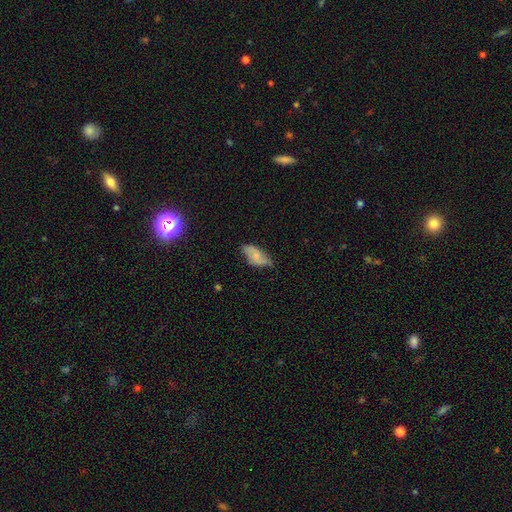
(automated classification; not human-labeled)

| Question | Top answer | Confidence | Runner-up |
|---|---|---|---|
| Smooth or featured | smooth | 55% | featured or disk (38%) |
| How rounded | in between | 90% | cigar-shaped (7%) |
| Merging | none | 54% | minor disturbance (36%) |